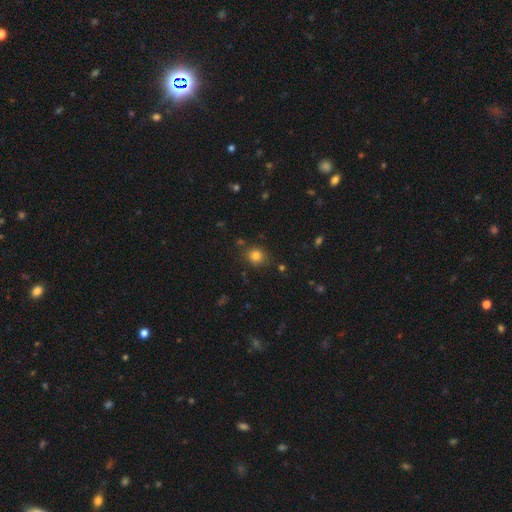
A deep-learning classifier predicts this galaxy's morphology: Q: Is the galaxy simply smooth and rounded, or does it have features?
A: smooth — 81%.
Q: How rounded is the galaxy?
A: round — 78%.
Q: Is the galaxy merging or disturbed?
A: none — 82%.